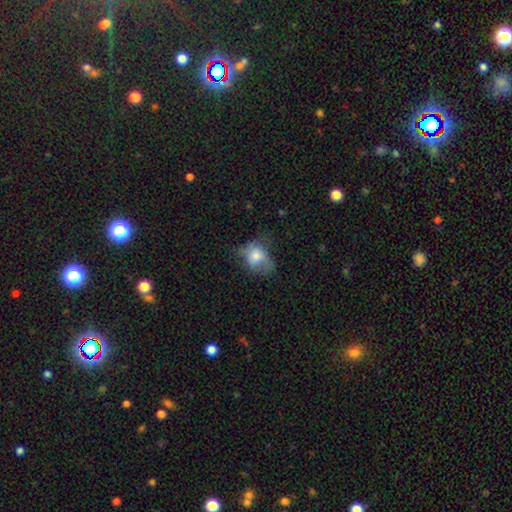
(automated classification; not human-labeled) Smooth or featured: smooth — 67% (featured or disk — 24%)
How rounded: in between — 59% (round — 40%)
Merging: none — 39% (minor disturbance — 32%)